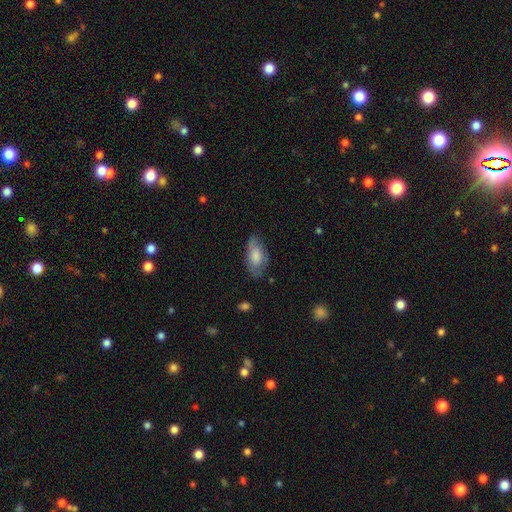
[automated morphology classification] Smooth or featured? smooth (73%)
How rounded? in between (91%)
Merging? none (64%)